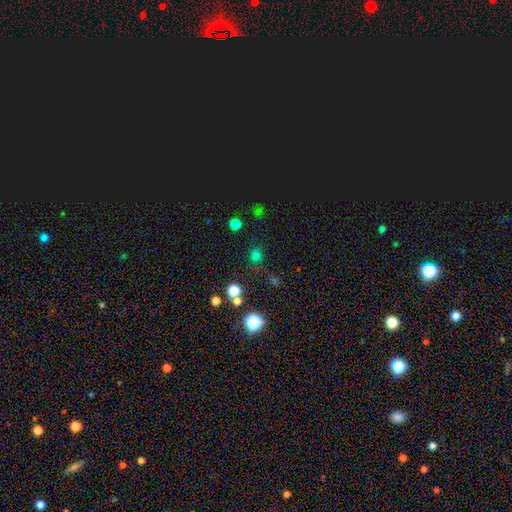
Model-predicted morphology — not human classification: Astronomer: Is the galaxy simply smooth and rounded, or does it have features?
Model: smooth — 67%.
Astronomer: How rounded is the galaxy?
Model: round — 89%.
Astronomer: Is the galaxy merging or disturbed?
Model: none — 81%.